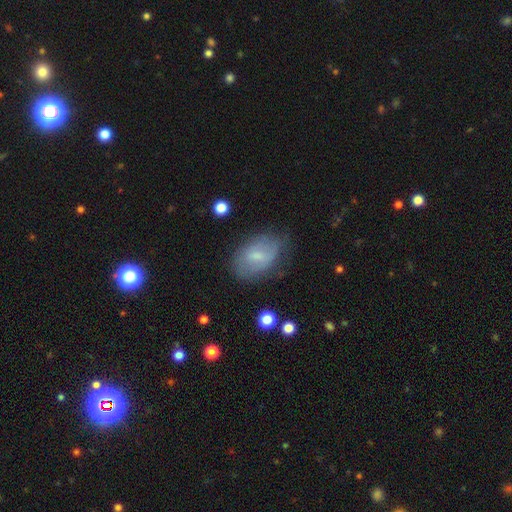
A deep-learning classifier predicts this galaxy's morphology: A smooth galaxy with no disk features (56%) that is in between round and cigar-shaped (88%). Merging: none (69%).